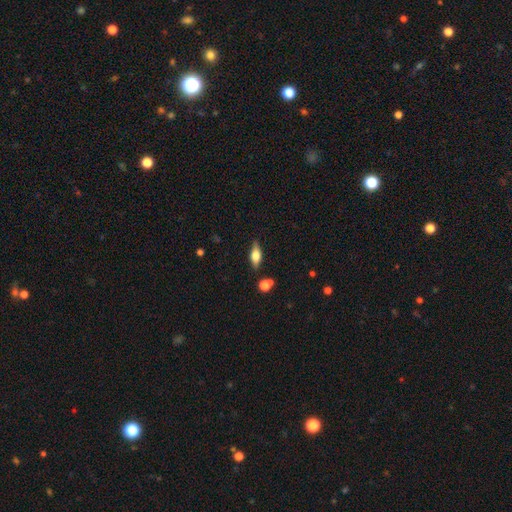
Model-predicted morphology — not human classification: Smooth or featured? smooth (47%)
Merging? none (80%)